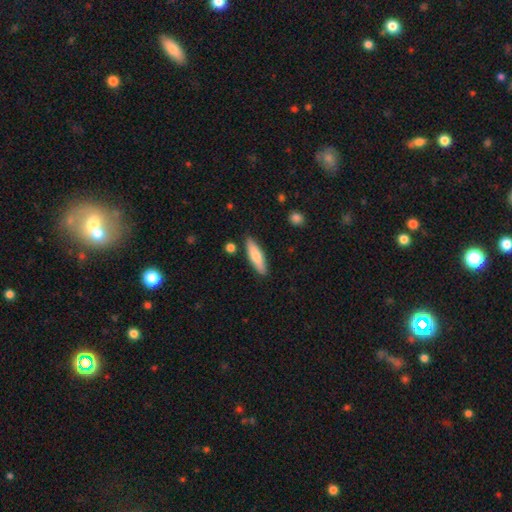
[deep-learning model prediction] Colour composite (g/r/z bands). It shows a smooth galaxy with no disk features (74%) that is cigar-shaped (66%). Merging: none (86%).